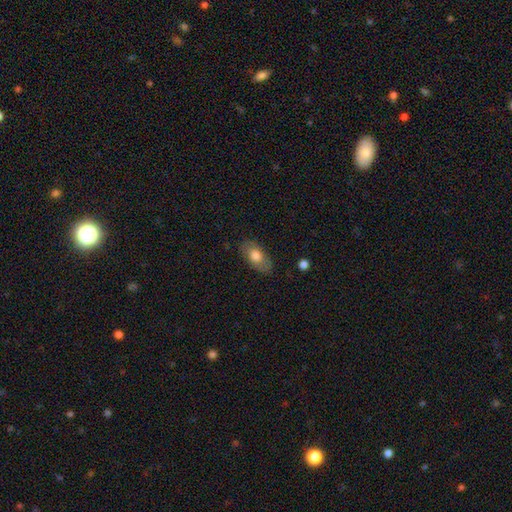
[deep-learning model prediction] Smooth or featured: smooth — 73% (featured or disk — 21%)
How rounded: in between — 91% (round — 5%)
Merging: none — 81% (minor disturbance — 14%)